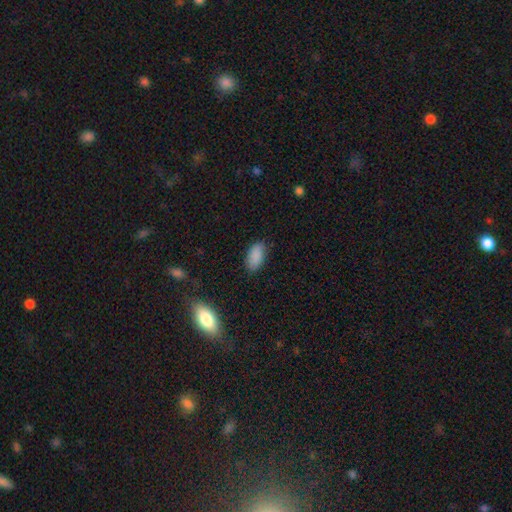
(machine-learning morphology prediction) Smooth or featured: smooth — 88% (star or artifact — 8%)
How rounded: in between — 93% (cigar-shaped — 4%)
Merging: none — 84% (minor disturbance — 13%)